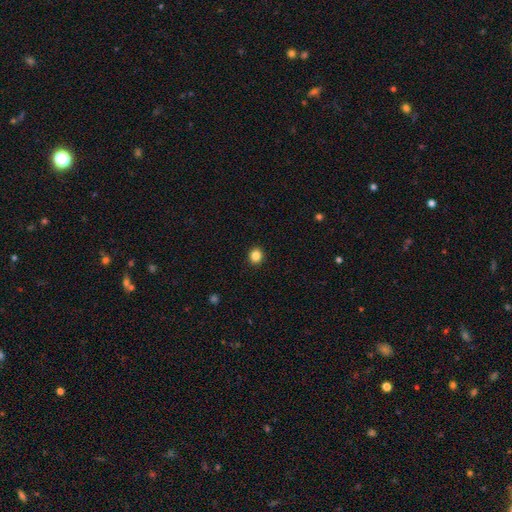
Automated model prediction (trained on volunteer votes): Smooth or featured? Predicted: smooth (p=0.86). How rounded? Predicted: round (p=0.84). Merging? Predicted: none (p=0.93).